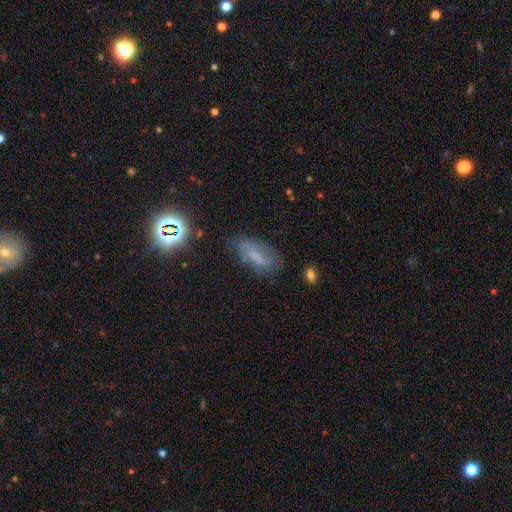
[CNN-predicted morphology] Smooth or featured?
  - smooth: 47% *
  - featured or disk: 34%
  - star or artifact: 18%
Merging?
  - none: 56% *
  - minor disturbance: 28%
  - major disturbance: 13%
  - merger: 3%